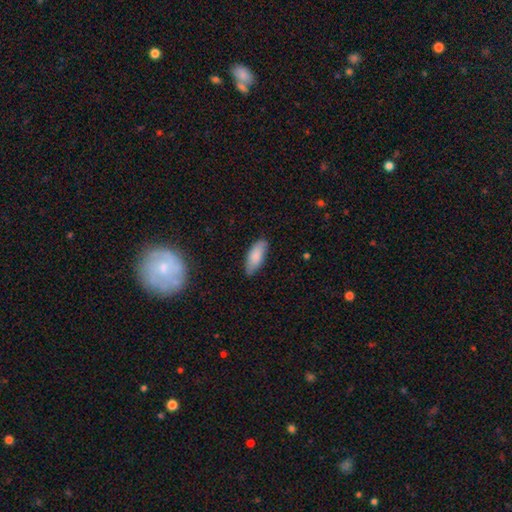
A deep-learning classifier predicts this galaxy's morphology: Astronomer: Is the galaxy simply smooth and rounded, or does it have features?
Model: smooth — 84%.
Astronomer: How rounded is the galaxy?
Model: in between — 78%.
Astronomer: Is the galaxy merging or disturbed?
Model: none — 77%.